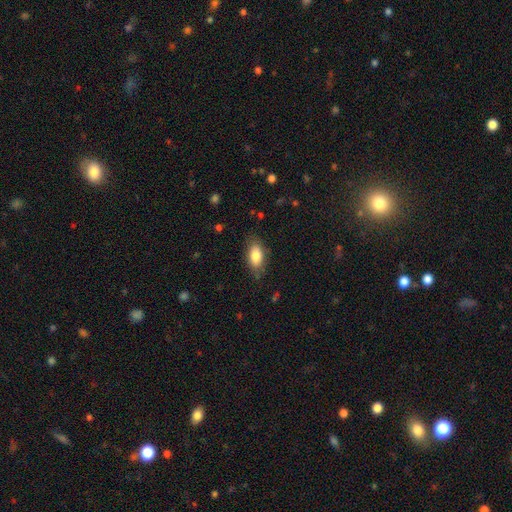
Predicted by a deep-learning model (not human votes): A smooth galaxy with no disk features (82%) that is in between round and cigar-shaped (90%).

Vote fractions:
- Smooth or featured? smooth: 82% / featured or disk: 11% / star or artifact: 7%
- How rounded? in between: 90% / cigar-shaped: 6% / round: 4%
- Merging? none: 80% / minor disturbance: 15% / major disturbance: 4% / merger: 1%